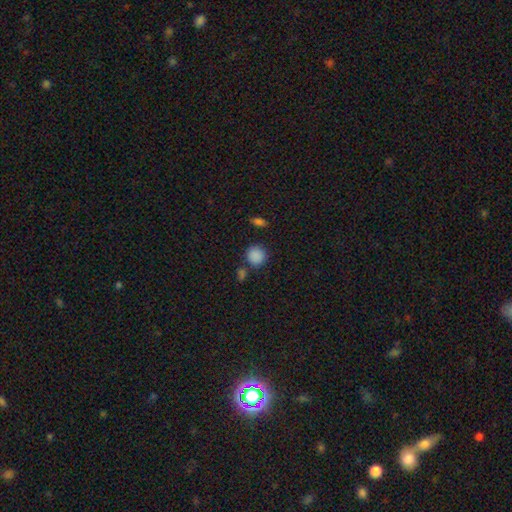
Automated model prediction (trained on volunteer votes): This appears to be a smooth galaxy with no disk features (86%) that is round (88%). Merging: none (76%).